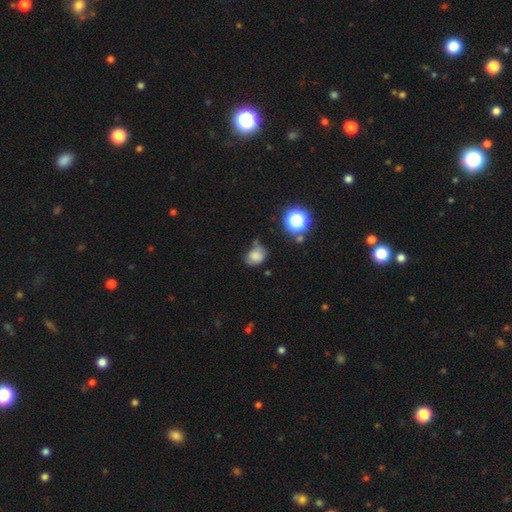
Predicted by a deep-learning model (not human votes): Smooth or featured: smooth — 74% (star or artifact — 14%)
How rounded: in between — 50% (round — 49%)
Merging: none — 47% (minor disturbance — 33%)